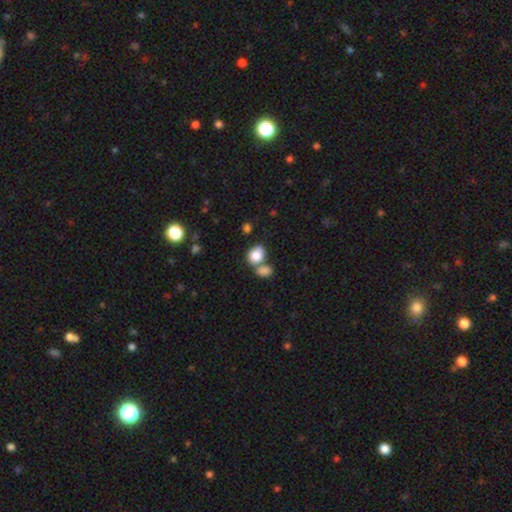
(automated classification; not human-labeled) A smooth galaxy with no disk features (83%) that is in between round and cigar-shaped (58%).

Vote fractions:
- Smooth or featured? smooth: 83% / star or artifact: 9% / featured or disk: 8%
- How rounded? in between: 58% / round: 41% / cigar-shaped: 1%
- Merging? merger: 45% / none: 39% / minor disturbance: 11% / major disturbance: 5%